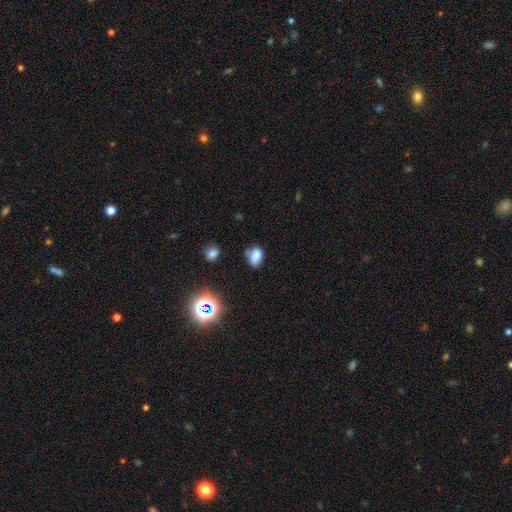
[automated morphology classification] Q: Smooth or featured?
A: smooth (77%); runner-up: star or artifact (15%)
Q: How rounded?
A: in between (69%); runner-up: round (30%)
Q: Merging?
A: none (55%); runner-up: minor disturbance (29%)